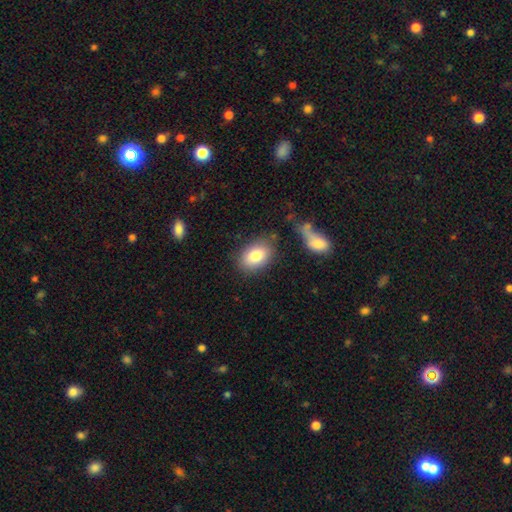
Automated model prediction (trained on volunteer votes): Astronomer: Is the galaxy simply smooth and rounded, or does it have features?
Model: smooth — 81%.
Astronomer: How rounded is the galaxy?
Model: in between — 81%.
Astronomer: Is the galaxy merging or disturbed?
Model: none — 78%.